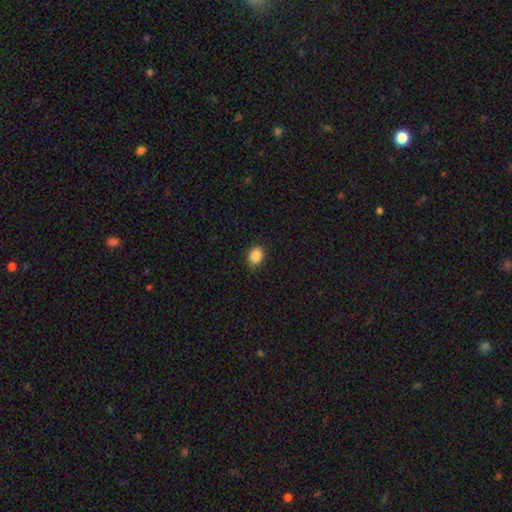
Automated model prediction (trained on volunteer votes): A smooth galaxy with no disk features (87%) that is in between round and cigar-shaped (50%). Merging: none (87%).